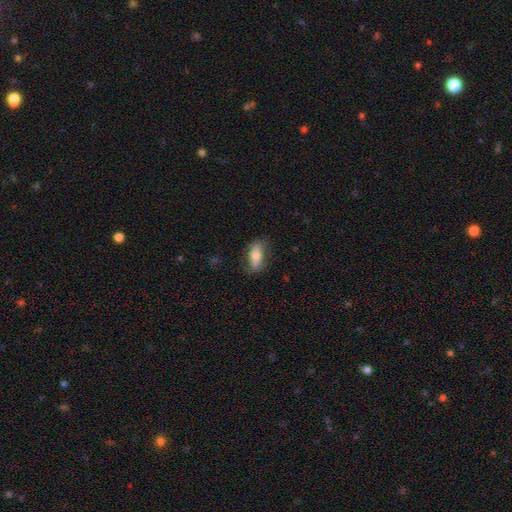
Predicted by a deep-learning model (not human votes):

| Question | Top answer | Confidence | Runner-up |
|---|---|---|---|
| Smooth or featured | smooth | 70% | featured or disk (24%) |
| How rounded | in between | 84% | cigar-shaped (12%) |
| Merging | none | 74% | minor disturbance (19%) |